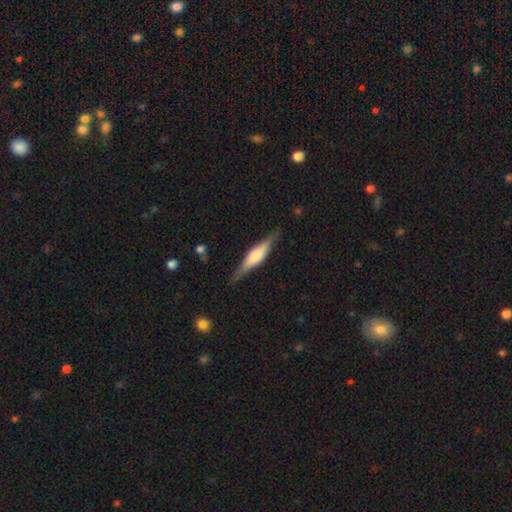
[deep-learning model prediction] Smooth or featured: featured or disk — 60% (smooth — 34%)
Edge-on disk: yes — 96% (no — 4%)
Edge-on bulge: rounded — 58% (boxy — 35%)
Merging: none — 84% (minor disturbance — 12%)